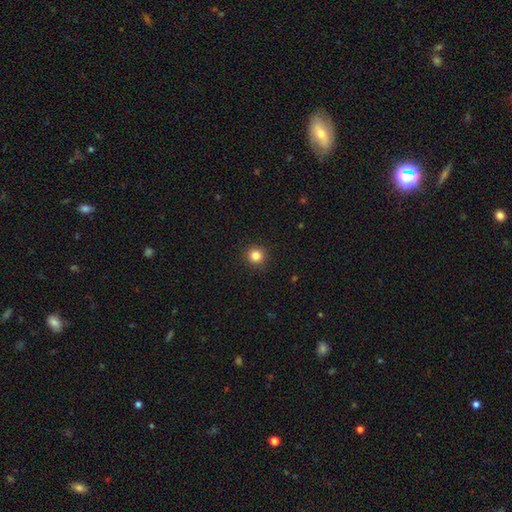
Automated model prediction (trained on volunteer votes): Smooth or featured: smooth — 84% (star or artifact — 12%)
How rounded: round — 94% (in between — 5%)
Merging: none — 92% (minor disturbance — 5%)